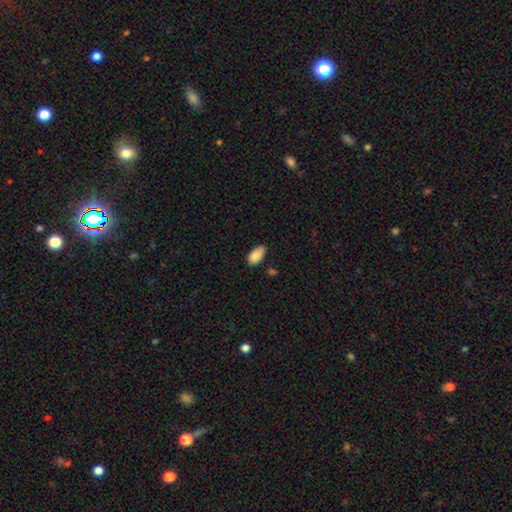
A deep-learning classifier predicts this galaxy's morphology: smooth_or_featured: smooth (p=0.88) [alt: star or artifact p=0.07]
how_rounded: in between (p=0.95) [alt: round p=0.03]
merging: none (p=0.72) [alt: minor disturbance p=0.22]